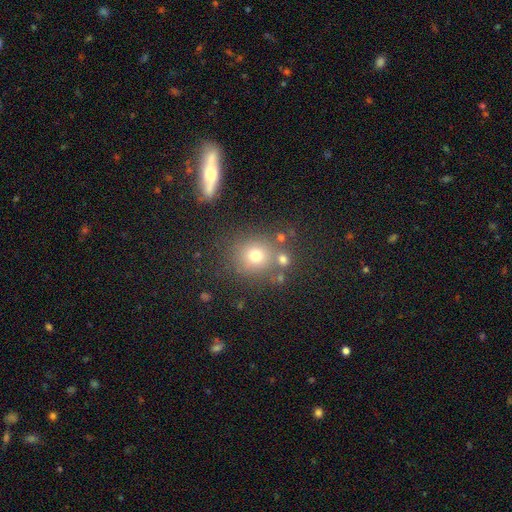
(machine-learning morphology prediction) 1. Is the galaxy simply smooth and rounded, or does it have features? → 72% smooth, 17% star or artifact, 11% featured or disk.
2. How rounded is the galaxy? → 85% round, 14% in between, 1% cigar-shaped.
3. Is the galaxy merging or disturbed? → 72% none, 12% merger, 11% minor disturbance, 5% major disturbance.